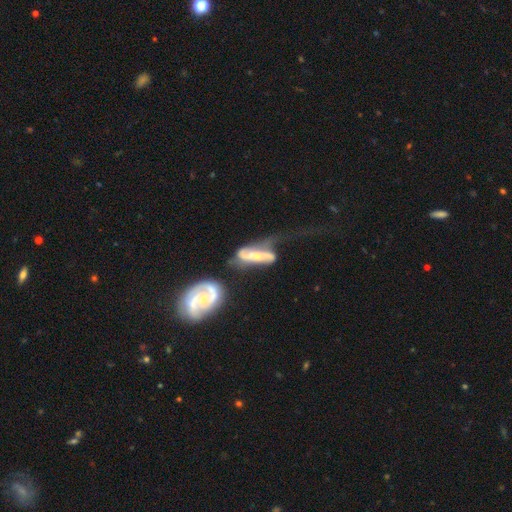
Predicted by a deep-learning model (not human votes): The model was most divided on "bulge size": small: 47%, moderate: 43%, none: 4%, large: 4%, dominant: 2%. Remaining: spiral arms — yes (83%); spiral arm count — 2 (81%); edge-on disk — no (80%); smooth or featured — featured or disk (77%); spiral winding — loose (53%); bar — strong (46%); merging — major disturbance (33%).